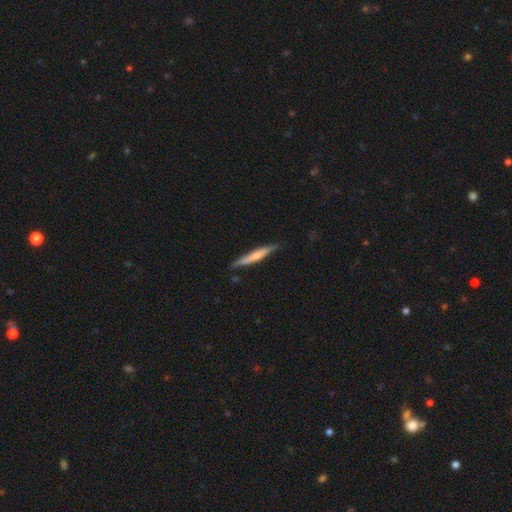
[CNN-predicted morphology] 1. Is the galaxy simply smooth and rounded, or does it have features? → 55% smooth, 40% featured or disk, 5% star or artifact.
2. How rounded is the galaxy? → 94% cigar-shaped, 5% in between, 1% round.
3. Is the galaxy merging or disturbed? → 80% none, 16% minor disturbance, 2% major disturbance, 2% merger.